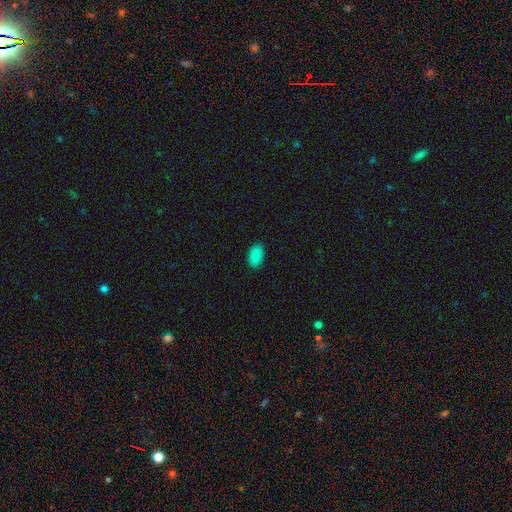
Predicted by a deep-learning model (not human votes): Overall: smooth (88%). How rounded: in between (94%). Merging: none (88%).